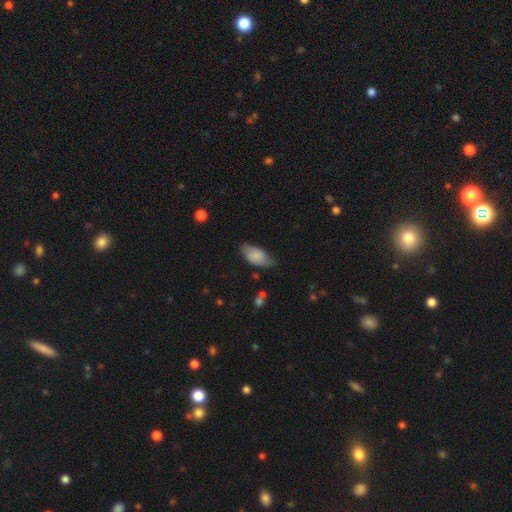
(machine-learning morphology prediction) A smooth galaxy with no disk features (76%) that is in between round and cigar-shaped (92%).

Vote fractions:
- Smooth or featured? smooth: 76% / featured or disk: 18% / star or artifact: 7%
- How rounded? in between: 92% / cigar-shaped: 5% / round: 3%
- Merging? none: 56% / minor disturbance: 33% / major disturbance: 8% / merger: 2%